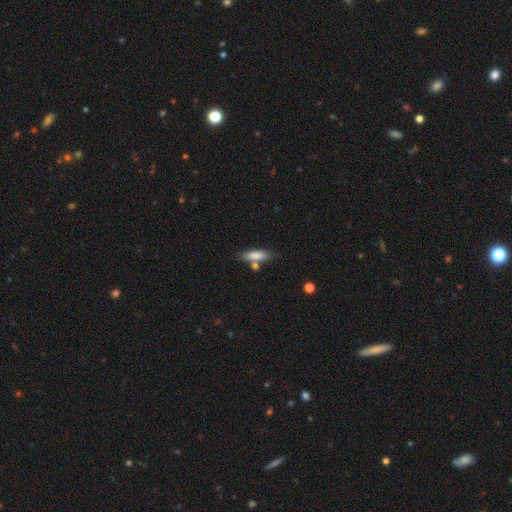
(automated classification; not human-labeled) Smooth or featured: smooth — 78% (featured or disk — 15%)
How rounded: cigar-shaped — 60% (in between — 38%)
Merging: none — 67% (merger — 15%)